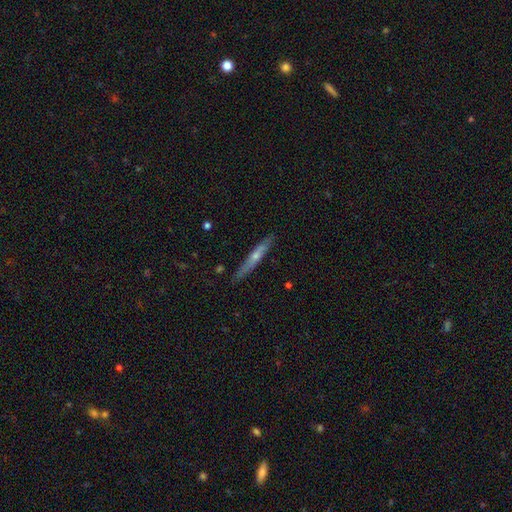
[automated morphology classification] smooth-or-featured: featured or disk: 61% | smooth: 33% | star or artifact: 6%
  disk-edge-on: yes: 94% | no: 6%
    edge-on-bulge: rounded: 72% | none: 25% | boxy: 3%
  merging: none: 87% | minor disturbance: 10% | major disturbance: 2% | merger: 1%